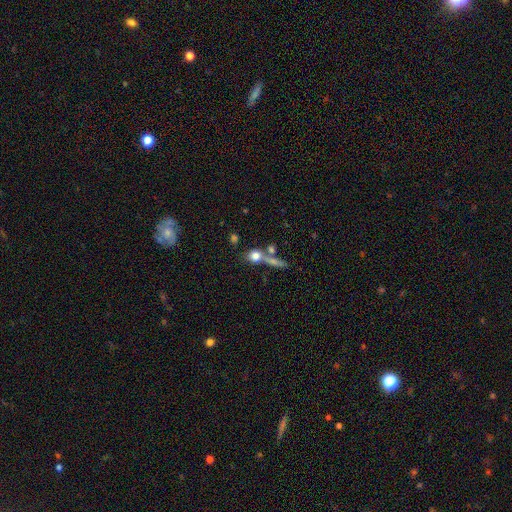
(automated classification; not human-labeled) Overall: smooth (71%). How rounded: round (61%; in between 25%). Merging: none (46%; merger 37%).